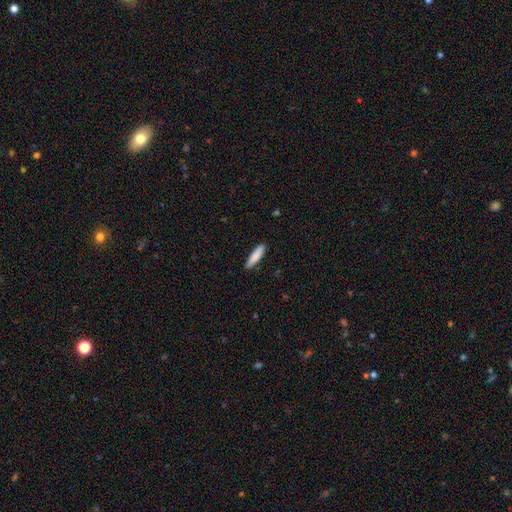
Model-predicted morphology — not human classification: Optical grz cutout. It shows a smooth galaxy with no disk features (85%) that is cigar-shaped (78%). Merging: none (89%).